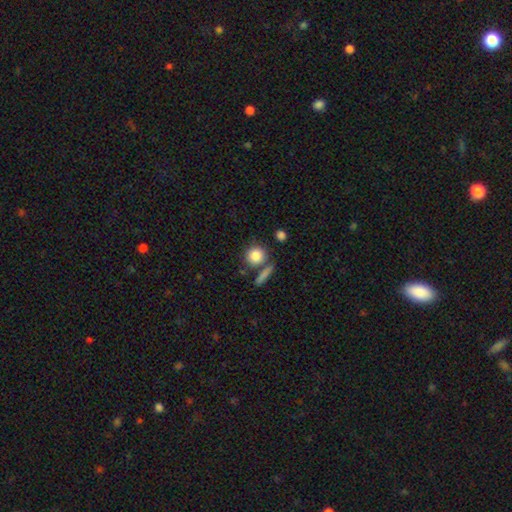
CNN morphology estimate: smooth_or_featured: smooth (p=0.84) [alt: star or artifact p=0.08]
how_rounded: round (p=0.85) [alt: in between p=0.13]
merging: none (p=0.69) [alt: merger p=0.16]